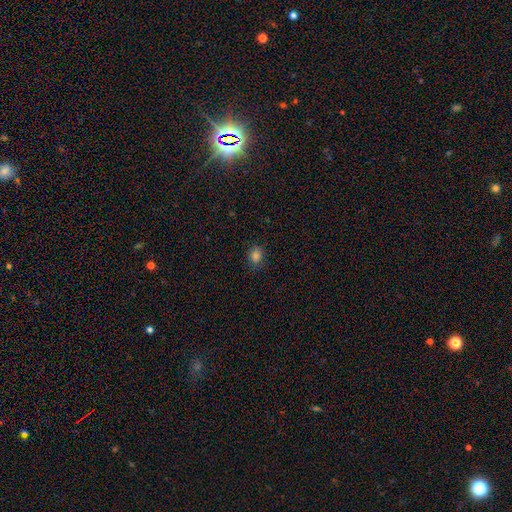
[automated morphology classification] Smooth or featured: smooth — 81% (star or artifact — 14%)
How rounded: in between — 54% (round — 45%)
Merging: none — 81% (minor disturbance — 15%)